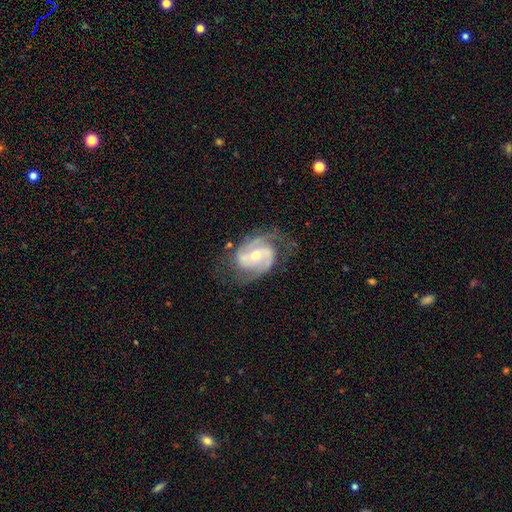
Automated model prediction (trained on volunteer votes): A featured or disk galaxy (88%) with a weak bar (44%), 2 (80%) medium (51%) spiral arms (96%) and a moderate central bulge (56%). Merging: none (65%).